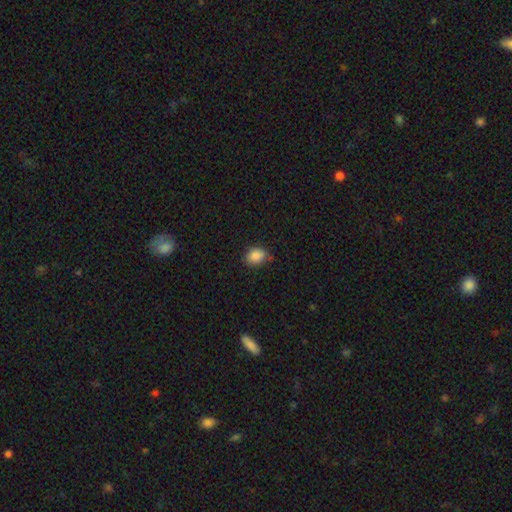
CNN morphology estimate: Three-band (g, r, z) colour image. It shows a smooth galaxy with no disk features (87%) that is in between round and cigar-shaped (64%). Merging: none (72%).